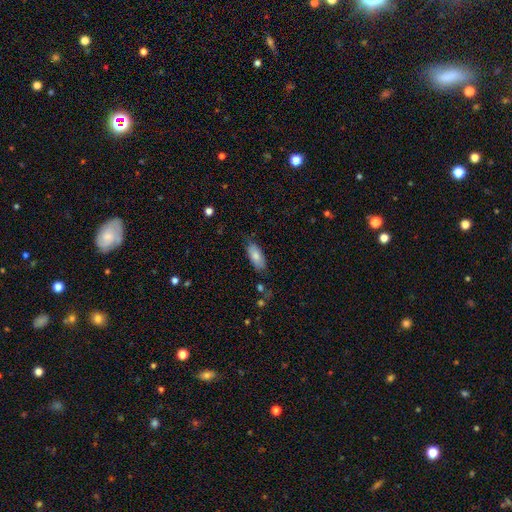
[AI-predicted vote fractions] This is likely a smooth galaxy (80%). How rounded: clearly in between (84%). Merging: likely none (74%).